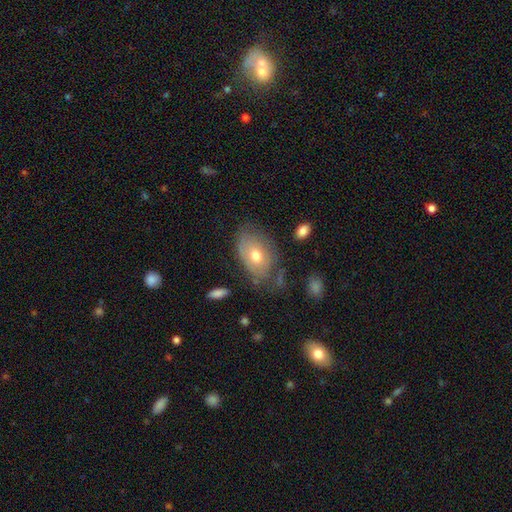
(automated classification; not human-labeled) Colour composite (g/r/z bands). It shows a smooth galaxy with no disk features (53%) that is in between round and cigar-shaped (88%). Merging: none (56%).